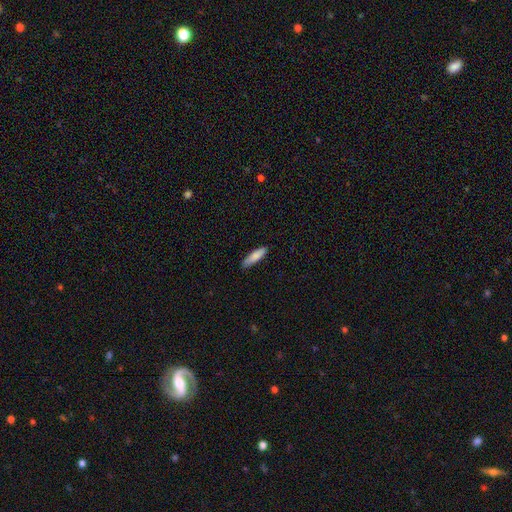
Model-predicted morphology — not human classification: Smooth or featured: smooth — 84% (featured or disk — 11%)
How rounded: cigar-shaped — 69% (in between — 30%)
Merging: none — 84% (minor disturbance — 12%)